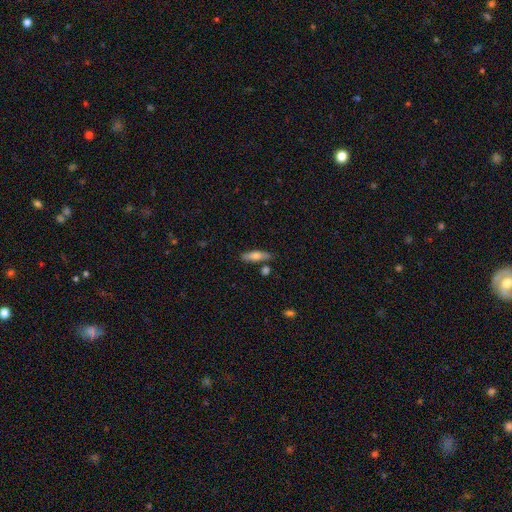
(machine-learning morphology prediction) Overall: smooth (69%). How rounded: cigar-shaped (57%; in between 41%). Merging: none (77%).